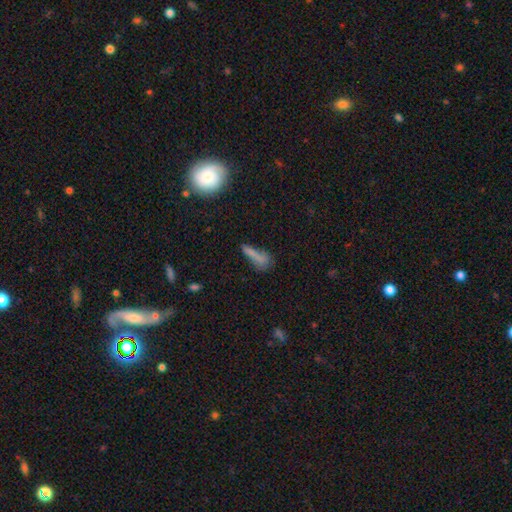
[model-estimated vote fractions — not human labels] Smooth or featured?
  - smooth: 68% *
  - featured or disk: 16%
  - star or artifact: 16%
How rounded?
  - cigar-shaped: 68% *
  - in between: 26%
  - round: 6%
Merging?
  - none: 48% *
  - minor disturbance: 21%
  - merger: 16%
  - major disturbance: 15%